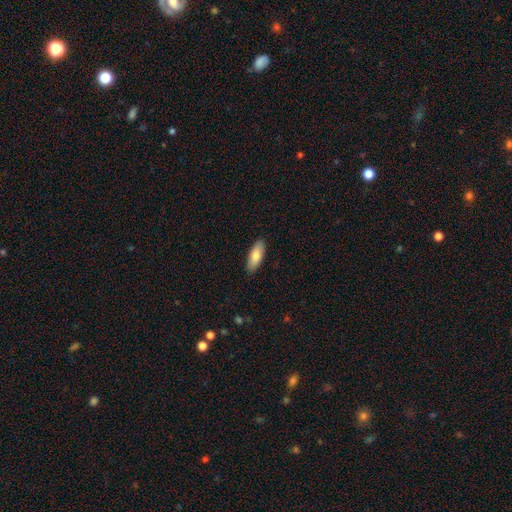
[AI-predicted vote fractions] Morphology: type=smooth (79%); roundness=in between (74%); merging=none (89%).